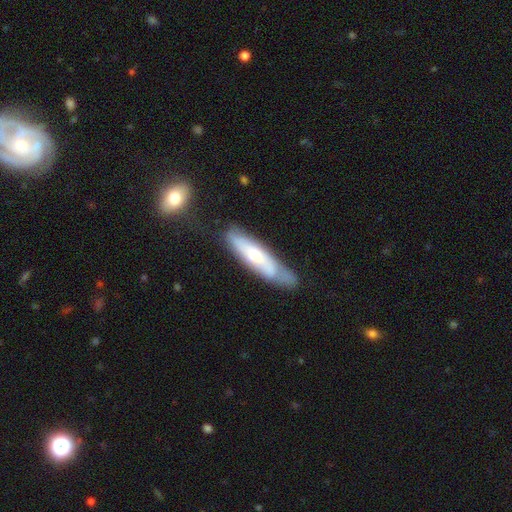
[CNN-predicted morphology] A featured or disk galaxy (51%).

Vote fractions:
- Smooth or featured? featured or disk: 51% / smooth: 42% / star or artifact: 6%
- Edge-on disk? no: 55% / yes: 45%
- Merging? none: 65% / minor disturbance: 23% / merger: 7% / major disturbance: 6%